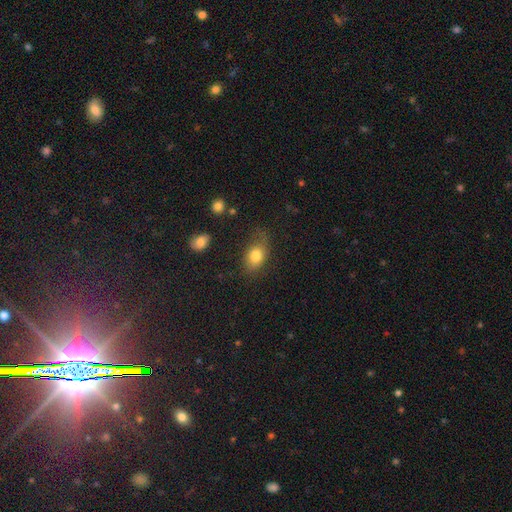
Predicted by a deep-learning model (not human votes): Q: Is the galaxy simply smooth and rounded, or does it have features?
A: smooth — 79%.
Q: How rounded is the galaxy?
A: in between — 75%.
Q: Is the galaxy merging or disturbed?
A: none — 62%.